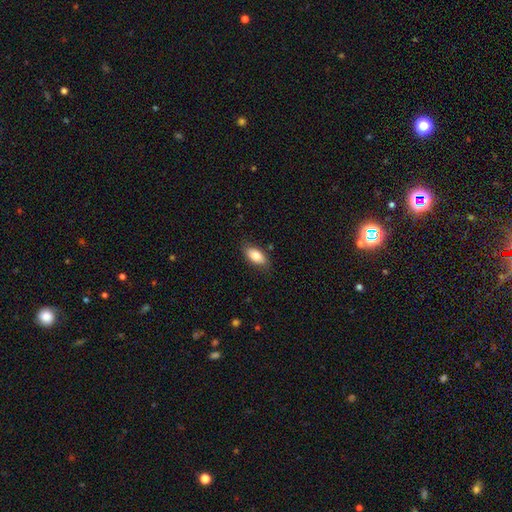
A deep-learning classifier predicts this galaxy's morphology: This is clearly a smooth galaxy (83%). How rounded: clearly in between (91%). Merging: likely none (80%).